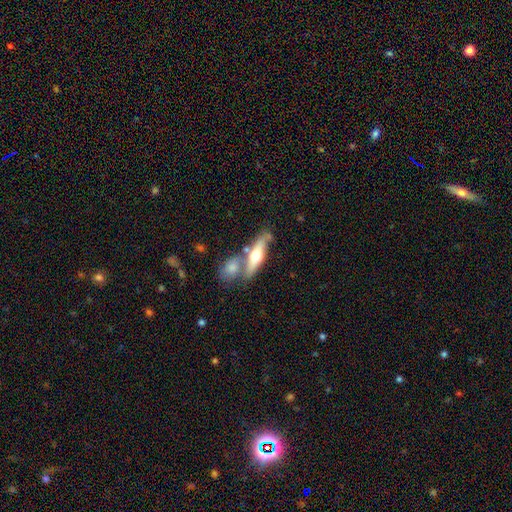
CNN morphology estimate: smooth_or_featured: featured or disk (p=0.51) [alt: smooth p=0.44]
disk_edge_on: yes (p=0.84) [alt: no p=0.16]
merging: none (p=0.54) [alt: merger p=0.28]